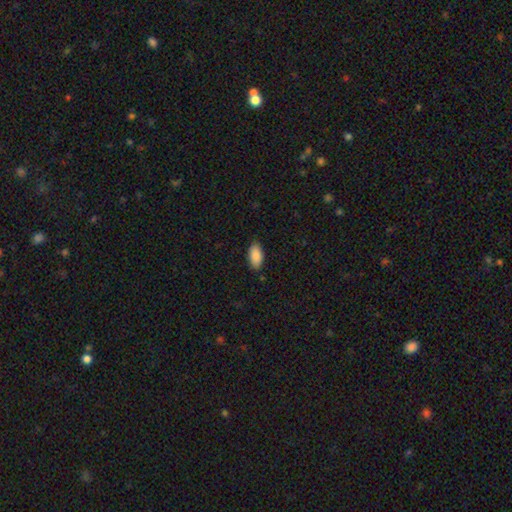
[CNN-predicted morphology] This is clearly a smooth galaxy (89%). How rounded: clearly in between (93%). Merging: clearly none (86%).